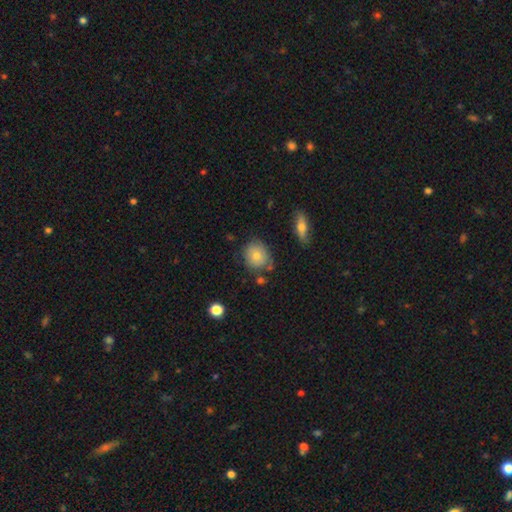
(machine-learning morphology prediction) type=smooth (72%); roundness=round (74%); merging=none (73%).